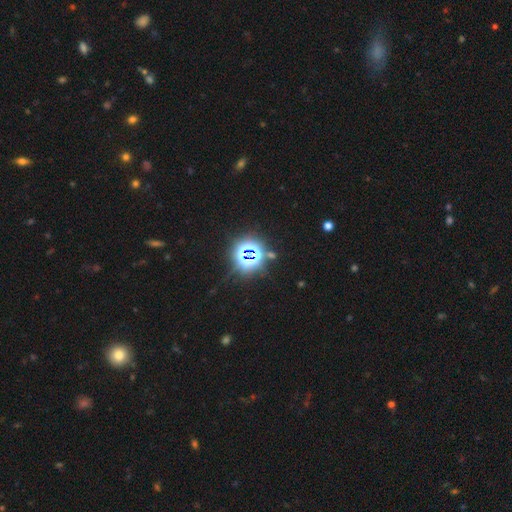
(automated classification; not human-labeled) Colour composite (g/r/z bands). It shows a star or artifact, not a galaxy (79%).